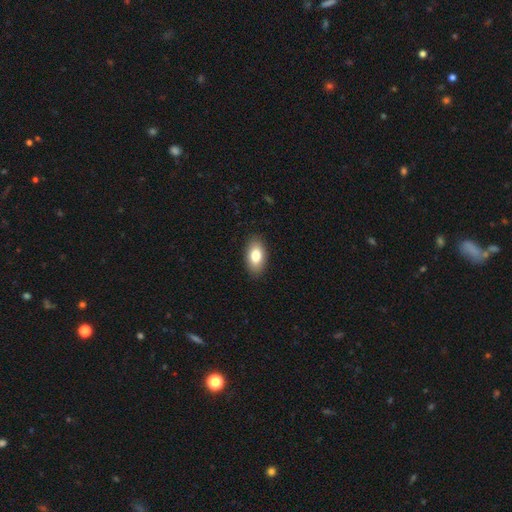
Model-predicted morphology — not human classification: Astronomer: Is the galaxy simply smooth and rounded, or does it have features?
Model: smooth — 81%.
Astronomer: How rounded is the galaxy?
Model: in between — 93%.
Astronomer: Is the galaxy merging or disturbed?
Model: none — 89%.